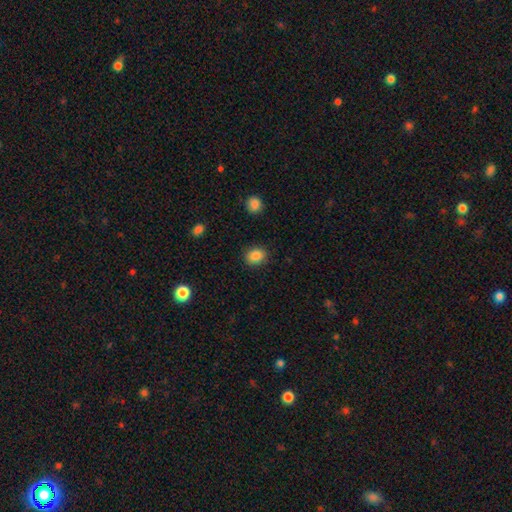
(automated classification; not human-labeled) Smooth or featured? smooth (85%)
How rounded? round (56%)
Merging? none (88%)